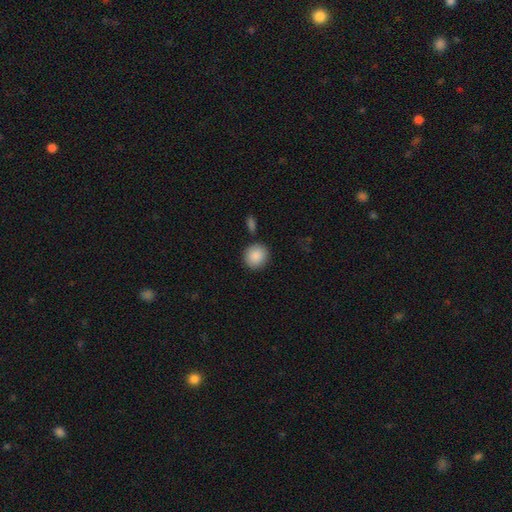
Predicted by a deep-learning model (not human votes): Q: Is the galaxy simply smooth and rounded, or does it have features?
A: smooth — 89%.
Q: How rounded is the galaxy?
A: round — 89%.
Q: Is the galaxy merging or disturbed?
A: none — 86%.